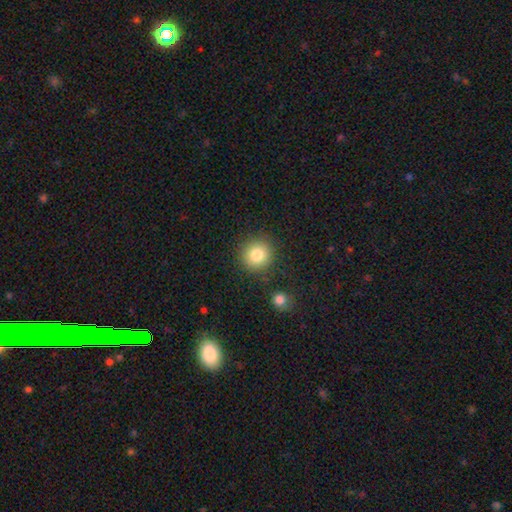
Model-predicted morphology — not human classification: A smooth galaxy with no disk features (82%) that is round (90%). Merging: none (85%).